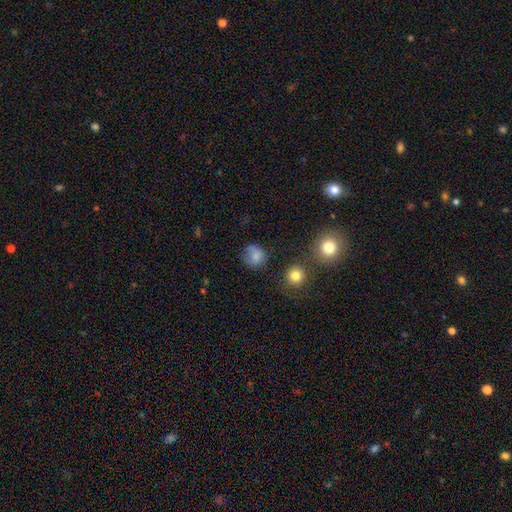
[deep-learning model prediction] smooth_or_featured: smooth (p=0.78) [alt: star or artifact p=0.12]
how_rounded: round (p=0.78) [alt: in between p=0.21]
merging: none (p=0.60) [alt: minor disturbance p=0.24]